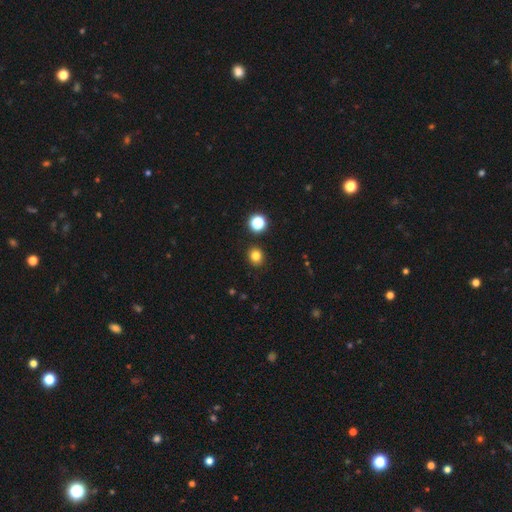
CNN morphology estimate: smooth_or_featured: smooth (p=0.80) [alt: star or artifact p=0.14]
how_rounded: round (p=0.77) [alt: in between p=0.22]
merging: none (p=0.89) [alt: minor disturbance p=0.06]